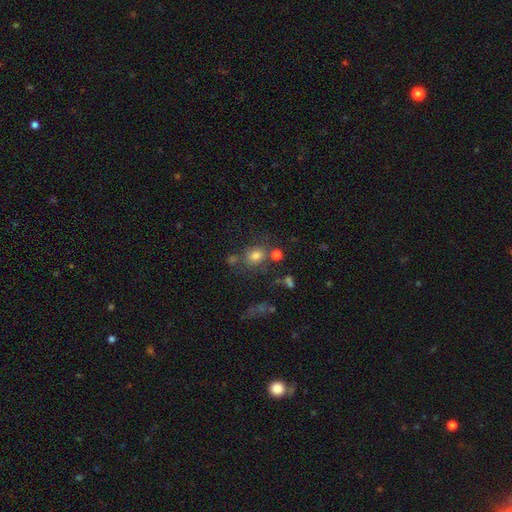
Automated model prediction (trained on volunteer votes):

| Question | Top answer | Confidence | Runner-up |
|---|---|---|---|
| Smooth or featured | smooth | 75% | star or artifact (15%) |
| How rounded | round | 58% | in between (41%) |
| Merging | none | 63% | merger (15%) |